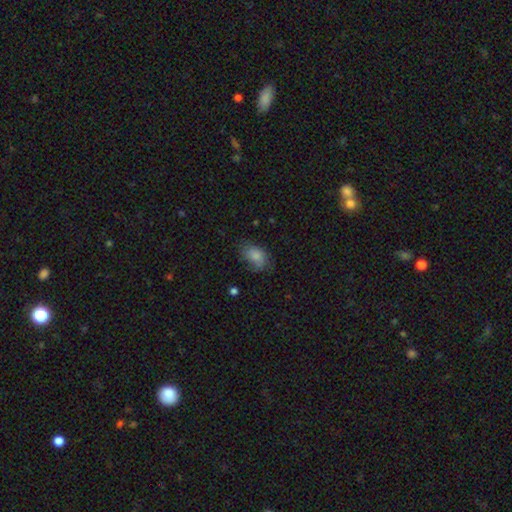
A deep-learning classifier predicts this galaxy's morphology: Smooth or featured: smooth — 80% (featured or disk — 11%)
How rounded: in between — 86% (round — 13%)
Merging: none — 54% (minor disturbance — 31%)